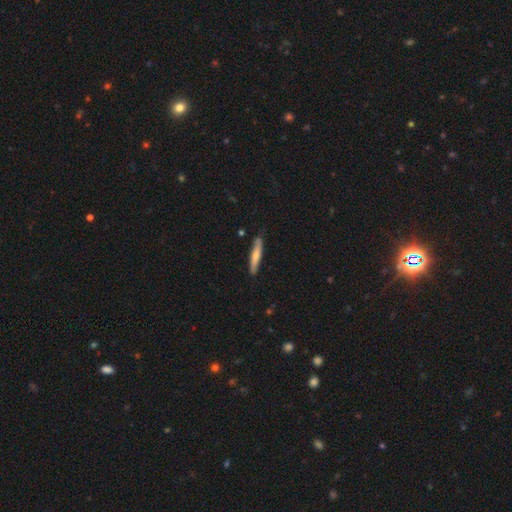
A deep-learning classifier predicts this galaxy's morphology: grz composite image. It shows a smooth galaxy with no disk features (62%) that is cigar-shaped (91%). Merging: none (85%).